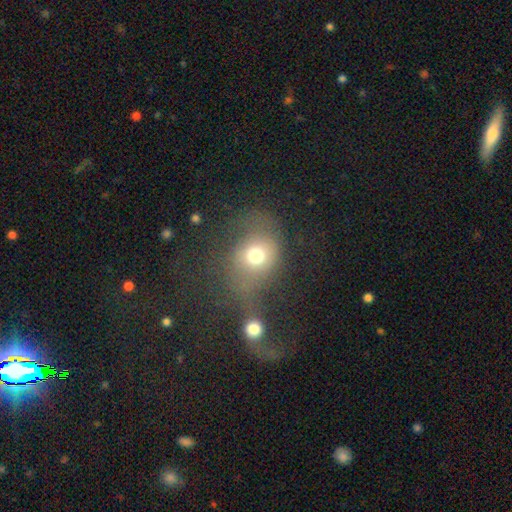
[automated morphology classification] A smooth galaxy with no disk features (68%) that is round (63%). Merging: none (37%).